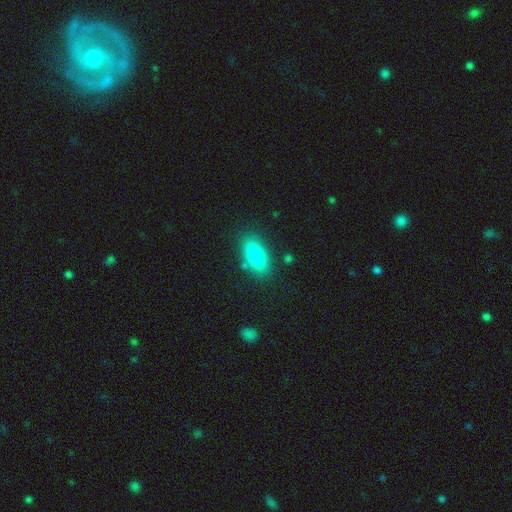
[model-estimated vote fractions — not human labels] Smooth or featured? Predicted: smooth (p=0.79). How rounded? Predicted: in between (p=0.85). Merging? Predicted: none (p=0.81).